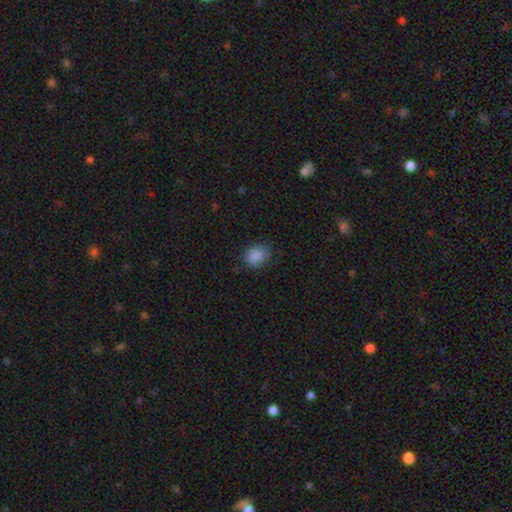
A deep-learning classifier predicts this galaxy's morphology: Q: Smooth or featured?
A: smooth (87%); runner-up: star or artifact (9%)
Q: How rounded?
A: round (57%); runner-up: in between (42%)
Q: Merging?
A: none (78%); runner-up: minor disturbance (17%)